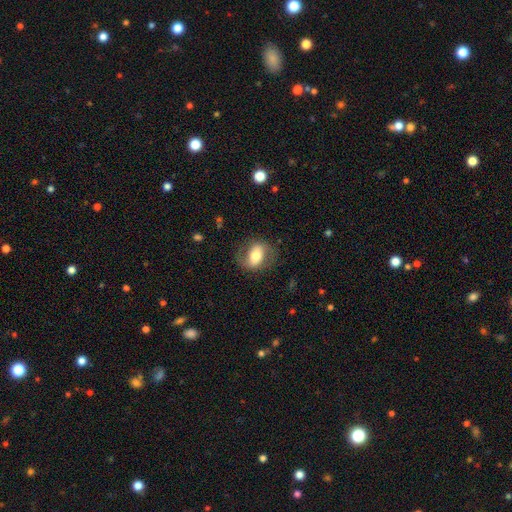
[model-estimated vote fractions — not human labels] featured or disk 47%, smooth 46%, star or artifact 7%. Down the decision tree: merging — none (72%).